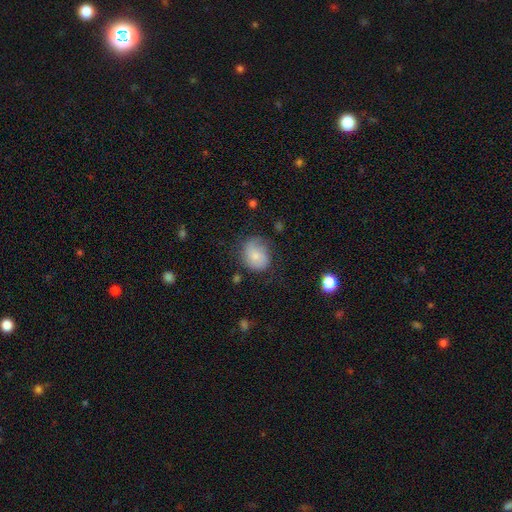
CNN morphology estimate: smooth-or-featured: smooth: 73% | featured or disk: 18% | star or artifact: 8%
  how-rounded: round: 50% | in between: 49% | cigar-shaped: 1%
  merging: none: 58% | minor disturbance: 29% | major disturbance: 12% | merger: 2%